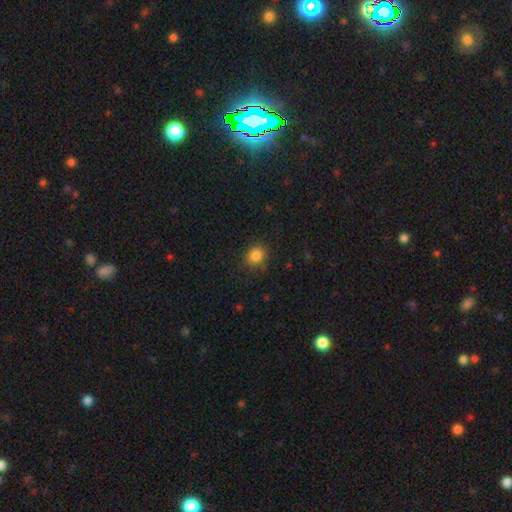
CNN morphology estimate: Smooth or featured: smooth — 84% (star or artifact — 11%)
How rounded: round — 70% (in between — 29%)
Merging: none — 82% (minor disturbance — 13%)